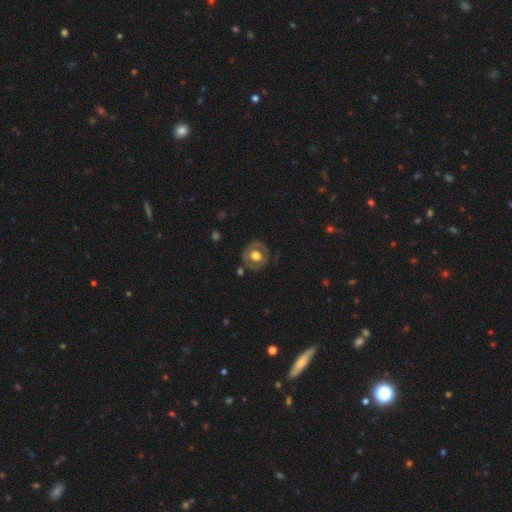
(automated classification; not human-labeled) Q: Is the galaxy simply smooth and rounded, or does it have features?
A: featured or disk — 50%.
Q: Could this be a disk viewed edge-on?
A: no — 96%.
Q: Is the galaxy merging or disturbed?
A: none — 74%.